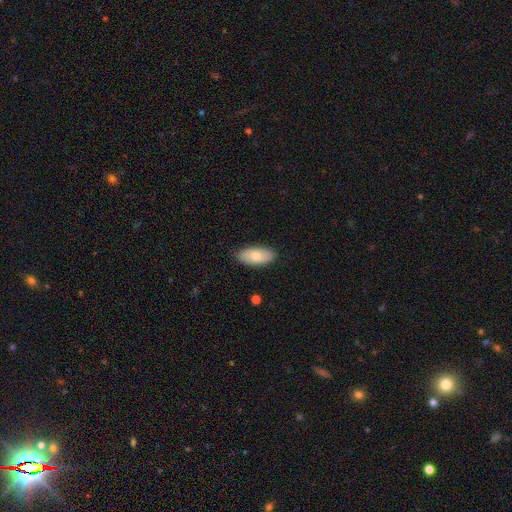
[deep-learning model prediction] Smooth or featured: smooth — 74% (featured or disk — 20%)
How rounded: in between — 90% (cigar-shaped — 7%)
Merging: none — 88% (minor disturbance — 10%)